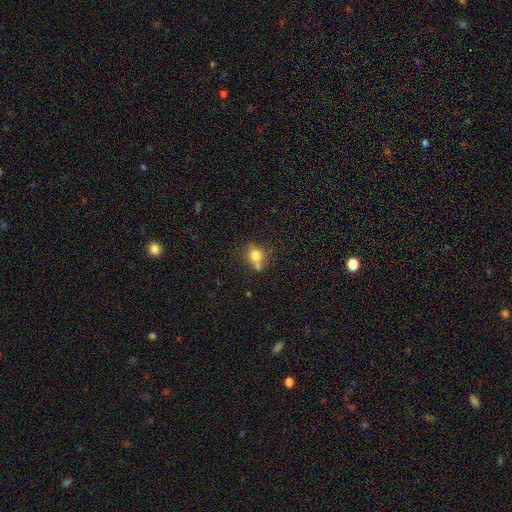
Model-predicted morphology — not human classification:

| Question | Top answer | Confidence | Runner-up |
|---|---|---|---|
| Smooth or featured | smooth | 74% | featured or disk (14%) |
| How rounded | round | 64% | in between (34%) |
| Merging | none | 54% | merger (21%) |